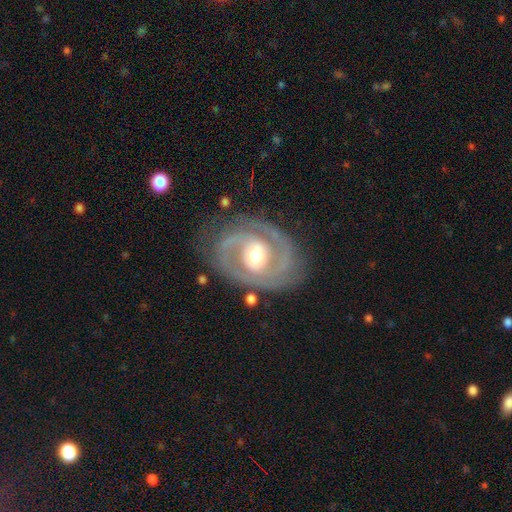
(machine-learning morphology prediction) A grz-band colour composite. It shows a featured or disk galaxy (89%) with a weak bar (42%), 2 (84%) tight (57%) spiral arms (96%) and a moderate central bulge (70%). Merging: none (78%).